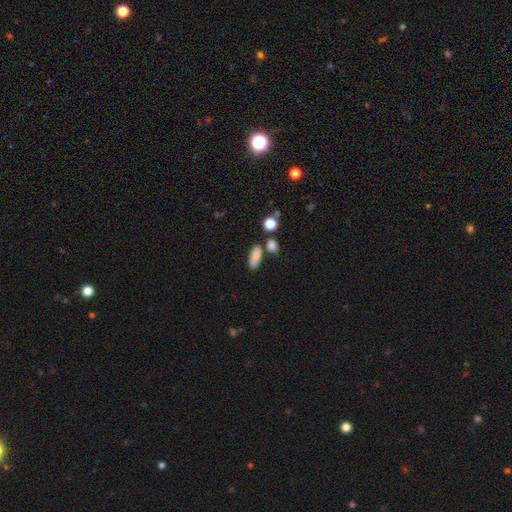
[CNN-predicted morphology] smooth 84%, star or artifact 9%, featured or disk 7%. Down the decision tree: how rounded — in between (75%); merging — none (70%).